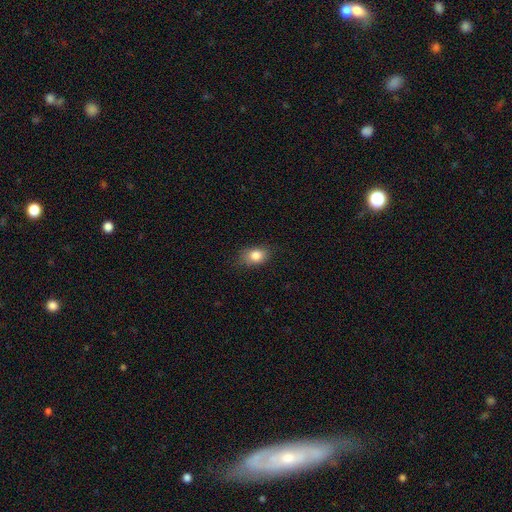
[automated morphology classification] Q: Smooth or featured?
A: smooth (83%); runner-up: star or artifact (10%)
Q: How rounded?
A: in between (73%); runner-up: round (25%)
Q: Merging?
A: none (77%); runner-up: minor disturbance (18%)